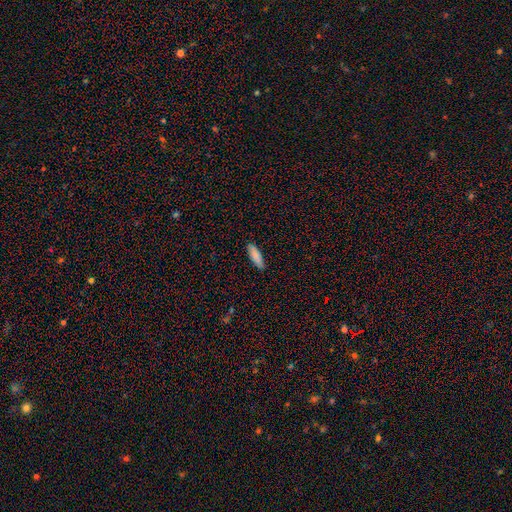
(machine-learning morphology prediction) smooth 87%, featured or disk 7%, star or artifact 6%. Down the decision tree: how rounded — cigar-shaped (55%); merging — none (86%).